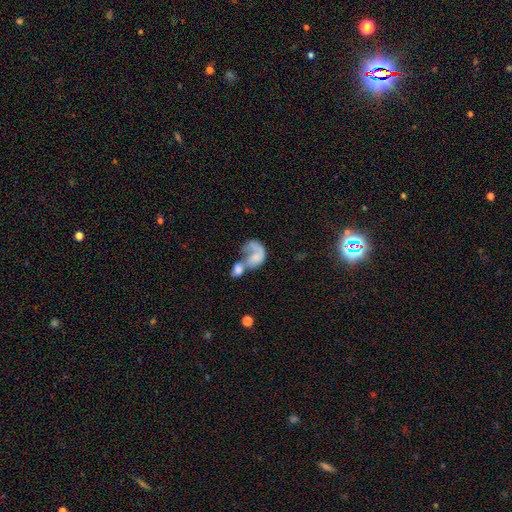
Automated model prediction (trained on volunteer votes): Smooth or featured?
  - featured or disk: 50% *
  - smooth: 42%
  - star or artifact: 8%
Edge-on disk?
  - no: 98% *
  - yes: 2%
Merging?
  - merger: 62% *
  - major disturbance: 20%
  - none: 11%
  - minor disturbance: 6%